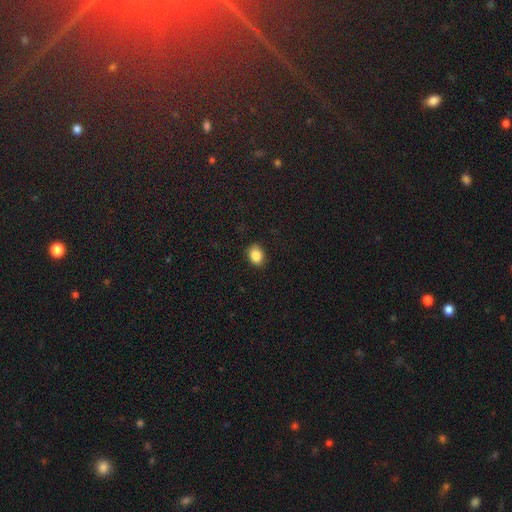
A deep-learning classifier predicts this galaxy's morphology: smooth-or-featured: smooth: 86% | star or artifact: 9% | featured or disk: 5%
  how-rounded: in between: 63% | round: 36% | cigar-shaped: 1%
  merging: none: 87% | minor disturbance: 10% | major disturbance: 2% | merger: 1%